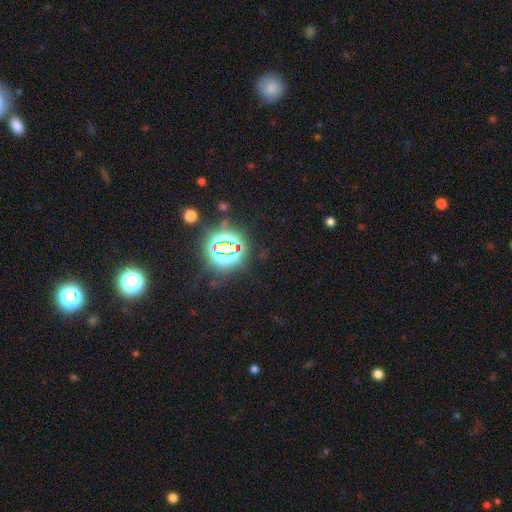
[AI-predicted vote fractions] Morphology: type=star or artifact (82%).